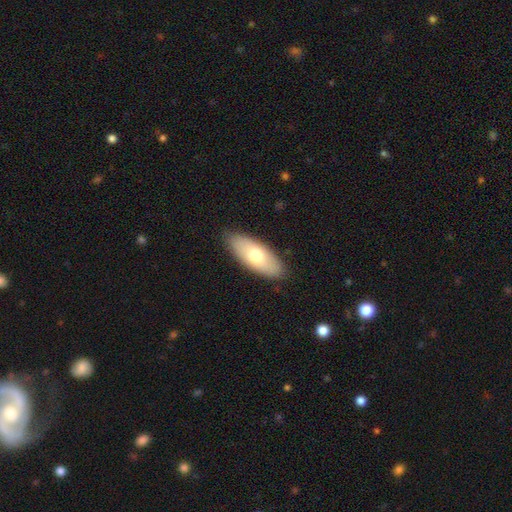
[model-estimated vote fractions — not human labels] This appears to be a smooth galaxy with no disk features (69%) that is in between round and cigar-shaped (82%). Merging: none (86%).